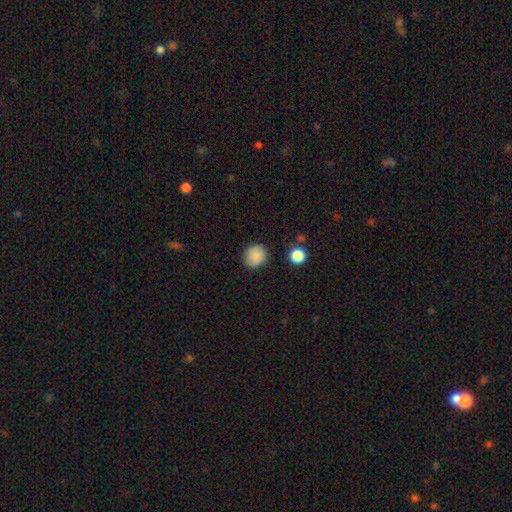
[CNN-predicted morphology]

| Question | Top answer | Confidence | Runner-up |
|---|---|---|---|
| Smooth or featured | smooth | 86% | star or artifact (9%) |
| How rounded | round | 87% | in between (12%) |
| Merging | none | 85% | minor disturbance (10%) |